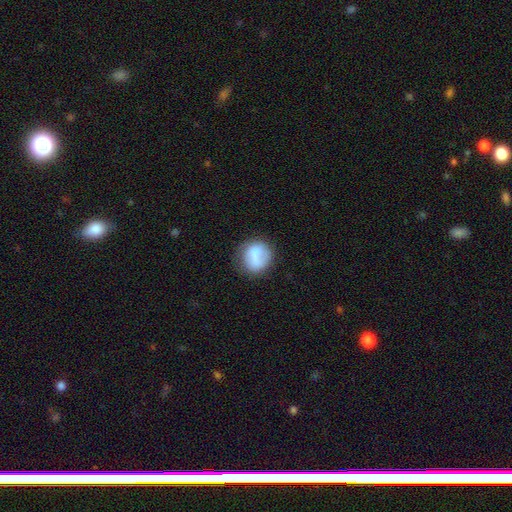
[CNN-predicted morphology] Smooth or featured? Predicted: smooth (p=0.73). How rounded? Predicted: round (p=0.77). Merging? Predicted: none (p=0.62).